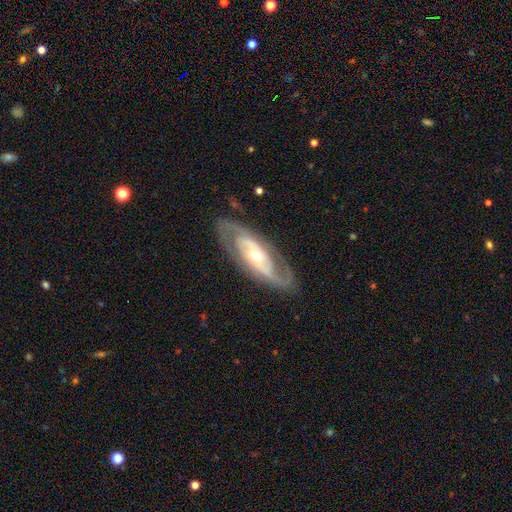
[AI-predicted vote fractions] This appears to be a featured or disk galaxy (86%) with no bar (54%), 2 (83%) medium (44%) spiral arms (89%) and a moderate central bulge (59%). Merging: none (82%).